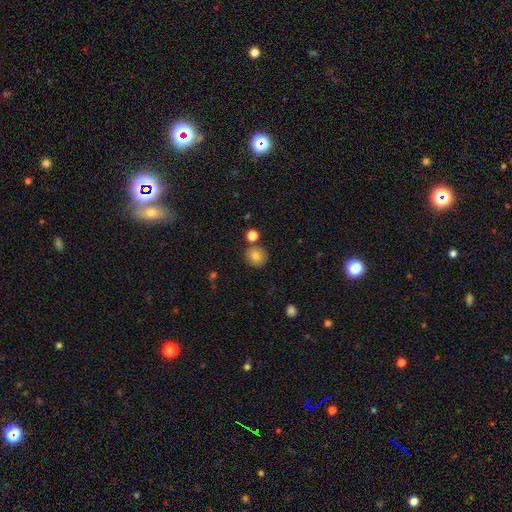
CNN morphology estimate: Overall: smooth (81%). How rounded: round (90%). Merging: none (78%).